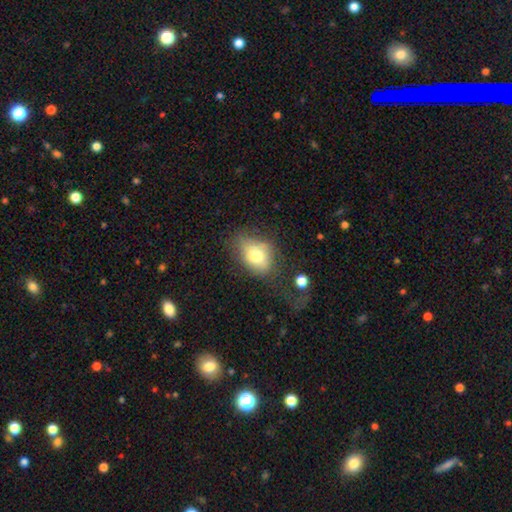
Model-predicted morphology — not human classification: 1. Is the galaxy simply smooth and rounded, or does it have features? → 71% smooth, 19% featured or disk, 10% star or artifact.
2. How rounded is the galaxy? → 68% in between, 31% round, 1% cigar-shaped.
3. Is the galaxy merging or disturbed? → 49% none, 28% minor disturbance, 18% major disturbance, 5% merger.